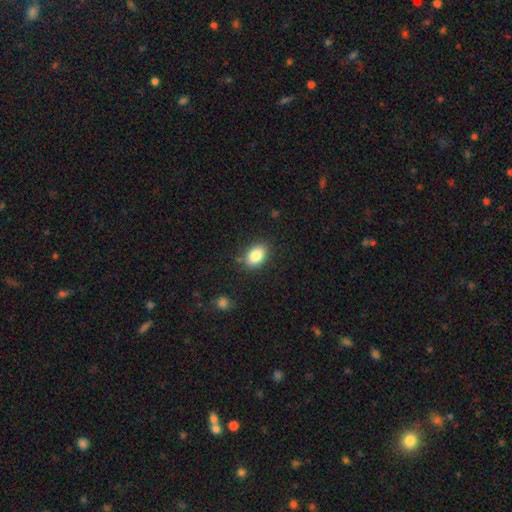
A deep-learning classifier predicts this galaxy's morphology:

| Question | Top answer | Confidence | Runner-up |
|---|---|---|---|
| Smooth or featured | smooth | 85% | star or artifact (8%) |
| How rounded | in between | 85% | round (13%) |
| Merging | none | 83% | minor disturbance (11%) |